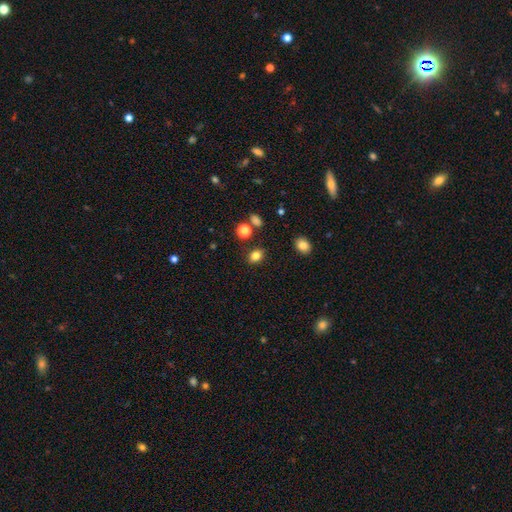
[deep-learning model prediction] The model was most divided on "how rounded": in between: 63%, round: 35%, cigar-shaped: 2%. More confident: merging — none (82%); smooth or featured — smooth (81%).